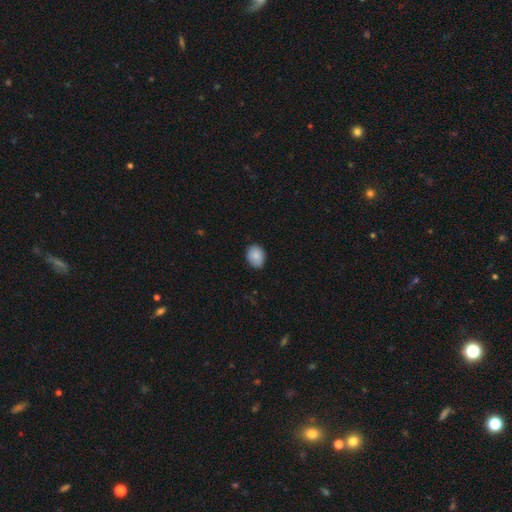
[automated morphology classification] A smooth galaxy with no disk features (87%) that is in between round and cigar-shaped (57%). Merging: none (82%).